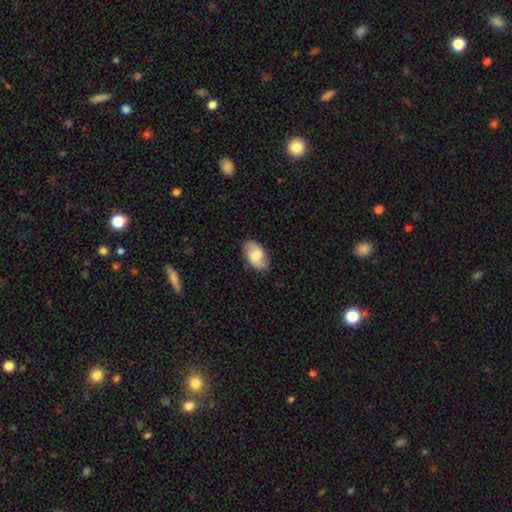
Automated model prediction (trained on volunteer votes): smooth_or_featured: smooth (p=0.57) [alt: featured or disk p=0.36]
how_rounded: in between (p=0.93) [alt: round p=0.05]
merging: none (p=0.82) [alt: minor disturbance p=0.14]